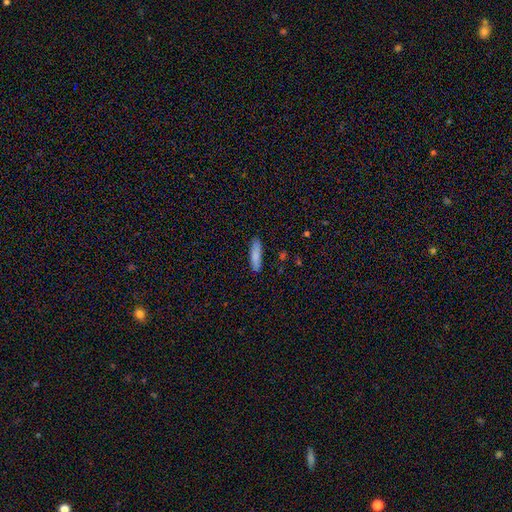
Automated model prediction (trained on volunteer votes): The model was most divided on "how rounded": cigar-shaped: 74%, in between: 25%, round: 1%. More confident: merging — none (88%); smooth or featured — smooth (84%).